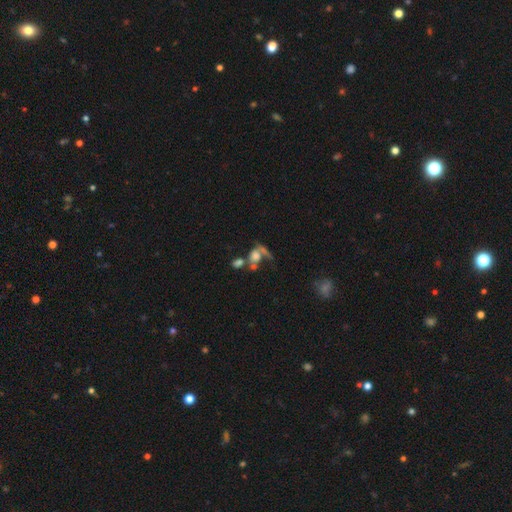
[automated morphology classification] A smooth galaxy with no disk features (56%) that is in between round and cigar-shaped (55%). Merging: merger (48%).